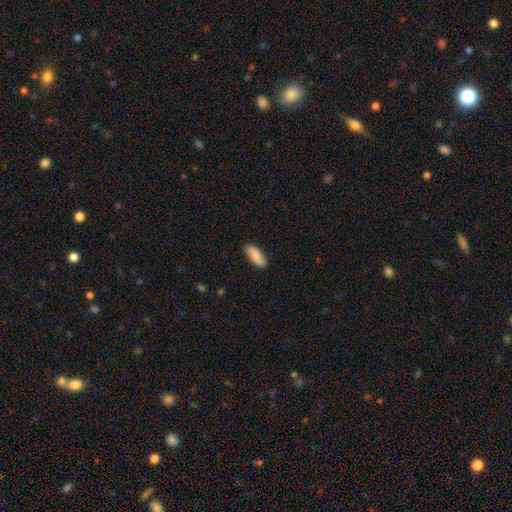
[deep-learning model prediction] smooth_or_featured: smooth (p=0.76) [alt: featured or disk p=0.18]
how_rounded: in between (p=0.73) [alt: cigar-shaped p=0.25]
merging: none (p=0.80) [alt: minor disturbance p=0.16]